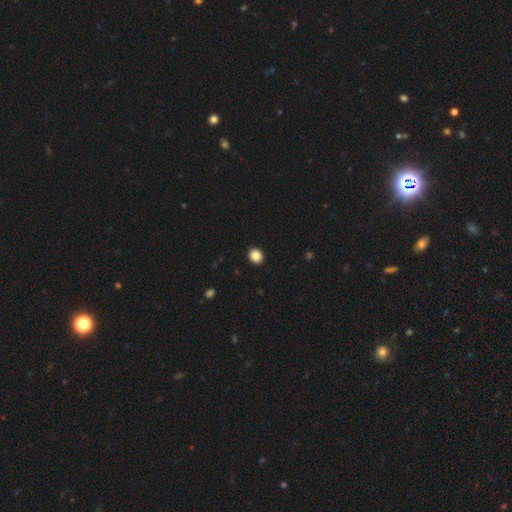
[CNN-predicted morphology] smooth_or_featured: smooth (p=0.86) [alt: star or artifact p=0.10]
how_rounded: round (p=0.77) [alt: in between p=0.22]
merging: none (p=0.93) [alt: minor disturbance p=0.05]